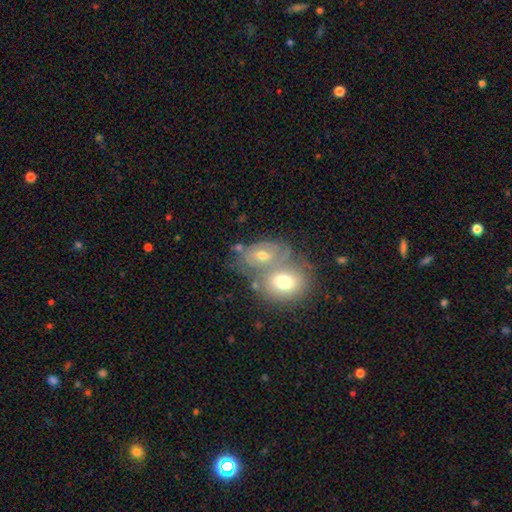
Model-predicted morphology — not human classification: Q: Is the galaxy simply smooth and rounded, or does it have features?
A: featured or disk — 44%.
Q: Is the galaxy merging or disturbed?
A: merger — 55%.